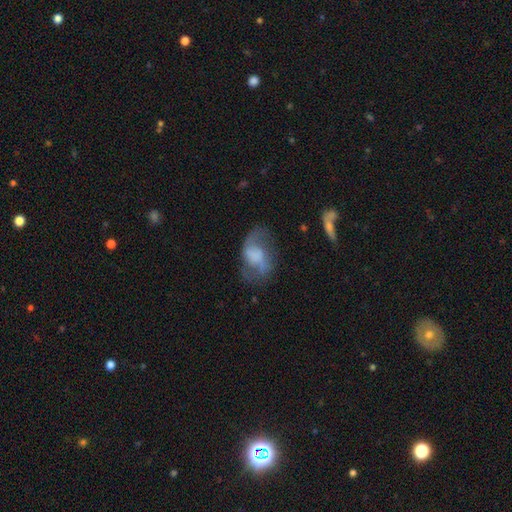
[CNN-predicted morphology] Smooth or featured: featured or disk — 58% (smooth — 33%)
Edge-on disk: no — 96% (yes — 4%)
Bar: no — 61% (weak — 29%)
Spiral arms: yes — 69% (no — 31%)
Bulge size: none — 48% (large — 22%)
Merging: none — 48% (major disturbance — 25%)